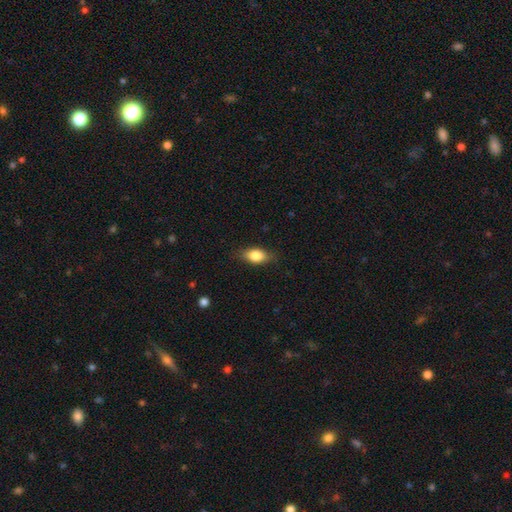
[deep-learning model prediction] This appears to be a smooth galaxy with no disk features (80%) that is in between round and cigar-shaped (83%). Merging: none (82%).